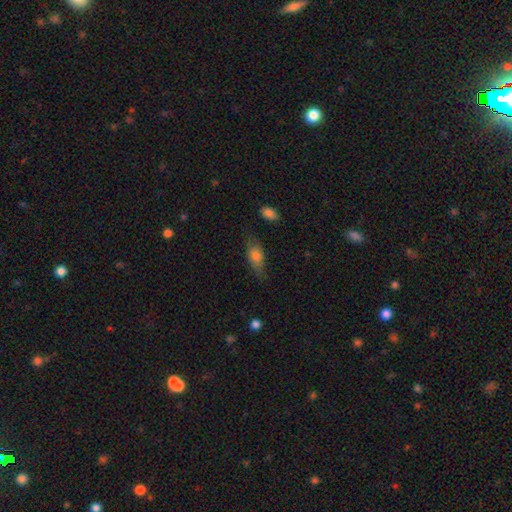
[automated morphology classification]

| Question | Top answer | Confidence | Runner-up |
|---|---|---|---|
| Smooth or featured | smooth | 72% | featured or disk (20%) |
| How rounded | in between | 79% | cigar-shaped (15%) |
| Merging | none | 60% | minor disturbance (28%) |